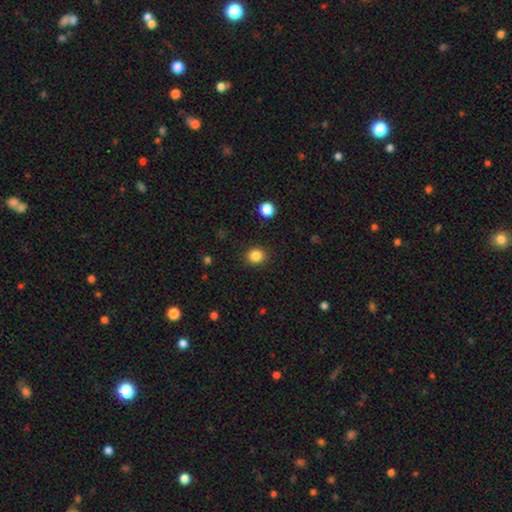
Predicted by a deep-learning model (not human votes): Smooth or featured? smooth (85%)
How rounded? round (80%)
Merging? none (90%)